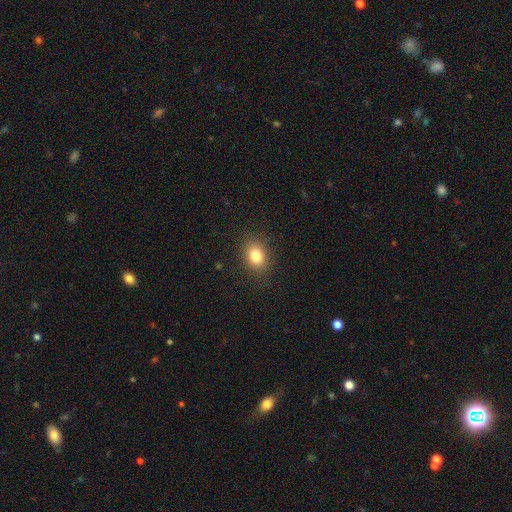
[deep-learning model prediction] Smooth or featured: smooth — 83% (star or artifact — 10%)
How rounded: in between — 63% (round — 35%)
Merging: none — 86% (minor disturbance — 10%)